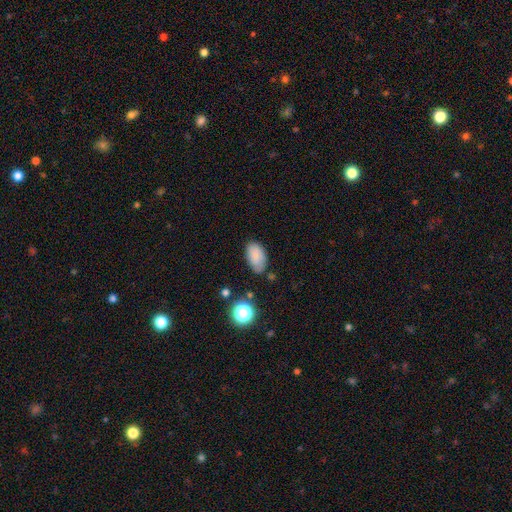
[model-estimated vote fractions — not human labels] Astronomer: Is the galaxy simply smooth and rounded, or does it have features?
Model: smooth — 83%.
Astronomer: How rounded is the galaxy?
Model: in between — 93%.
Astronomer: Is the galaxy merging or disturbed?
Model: none — 71%.